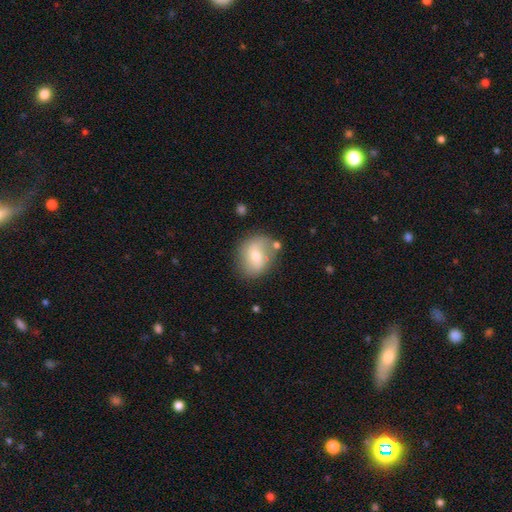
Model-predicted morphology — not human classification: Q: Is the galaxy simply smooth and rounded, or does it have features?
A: smooth — 53%.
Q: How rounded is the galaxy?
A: round — 53%.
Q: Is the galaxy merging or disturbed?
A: none — 70%.